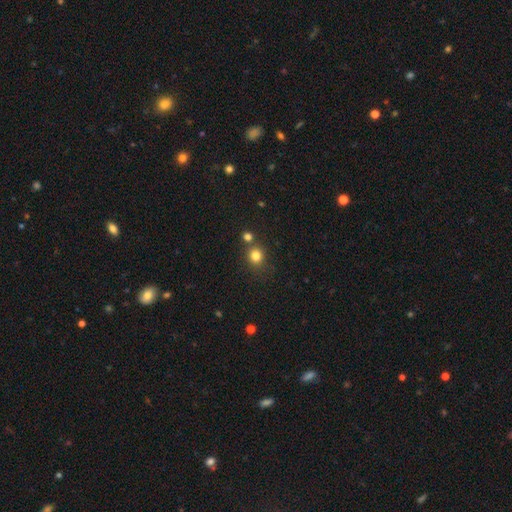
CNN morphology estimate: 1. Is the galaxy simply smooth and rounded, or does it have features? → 81% smooth, 13% star or artifact, 6% featured or disk.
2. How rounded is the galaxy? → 83% round, 16% in between, 1% cigar-shaped.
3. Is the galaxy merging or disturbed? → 70% none, 16% merger, 10% minor disturbance, 4% major disturbance.